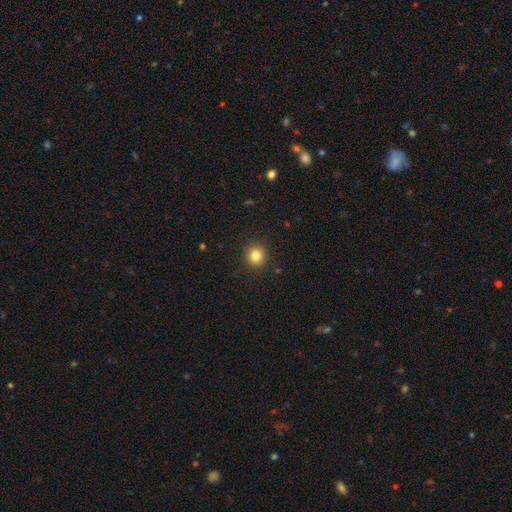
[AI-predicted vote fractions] A smooth galaxy with no disk features (82%) that is round (89%). Merging: none (91%).